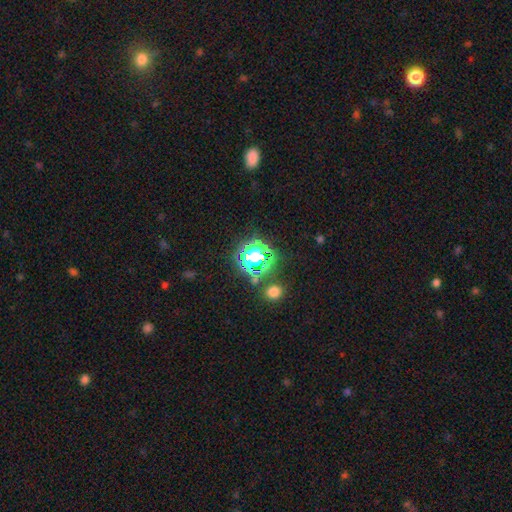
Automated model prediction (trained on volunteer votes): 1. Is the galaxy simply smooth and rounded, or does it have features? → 62% star or artifact, 28% smooth, 10% featured or disk.